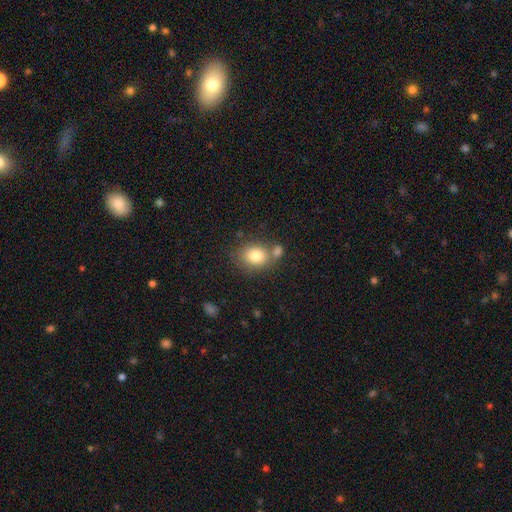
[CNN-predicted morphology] This appears to be a smooth galaxy with no disk features (80%) that is in between round and cigar-shaped (50%). Merging: none (57%).